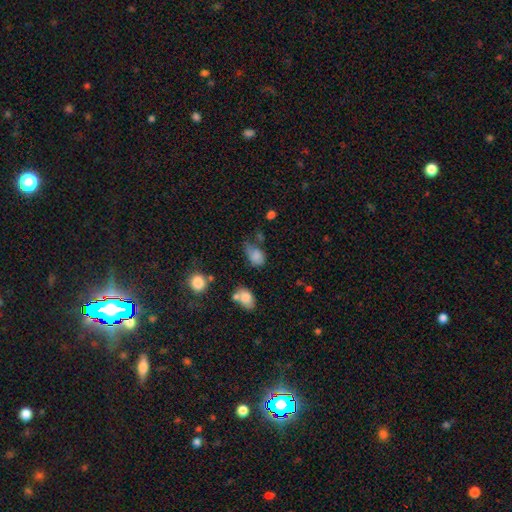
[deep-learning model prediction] Smooth or featured? Predicted: smooth (p=0.79). How rounded? Predicted: in between (p=0.72). Merging? Predicted: minor disturbance (p=0.38).